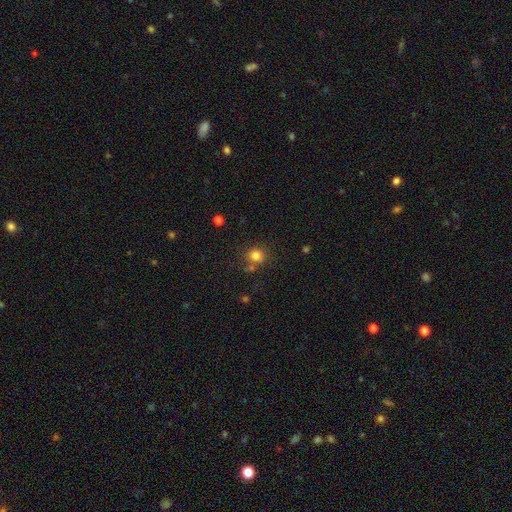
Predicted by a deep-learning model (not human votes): Overall: smooth (81%). How rounded: round (87%). Merging: none (75%).